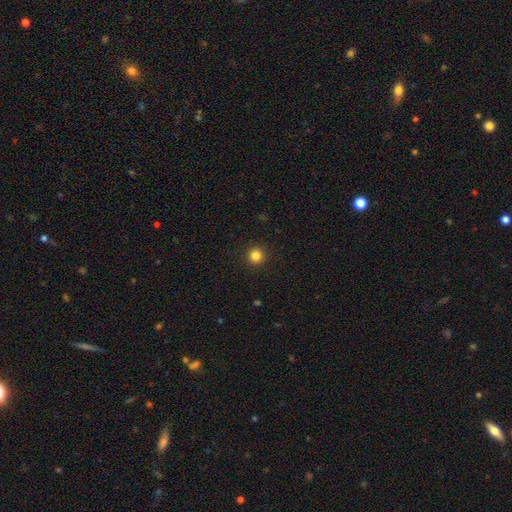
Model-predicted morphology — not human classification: Smooth or featured?
  - smooth: 83% *
  - star or artifact: 13%
  - featured or disk: 4%
How rounded?
  - round: 94% *
  - in between: 5%
  - cigar-shaped: 1%
Merging?
  - none: 93% *
  - minor disturbance: 4%
  - major disturbance: 2%
  - merger: 1%